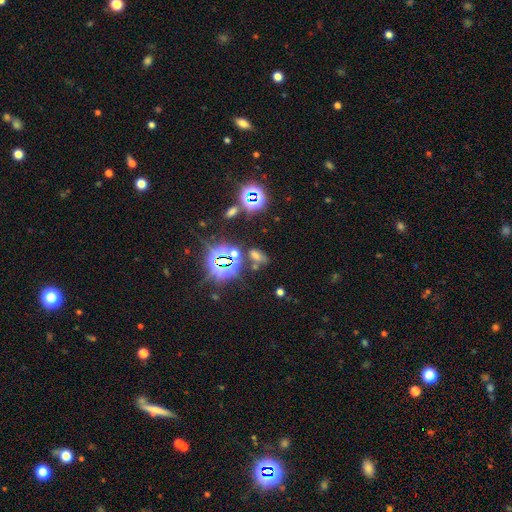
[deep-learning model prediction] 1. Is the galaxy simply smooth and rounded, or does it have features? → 50% star or artifact, 41% smooth, 9% featured or disk.